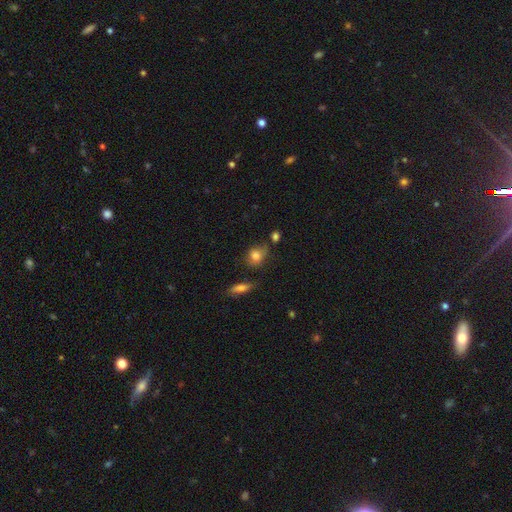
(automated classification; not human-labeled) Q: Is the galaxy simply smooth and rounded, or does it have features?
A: smooth — 81%.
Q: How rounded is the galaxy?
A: round — 55%.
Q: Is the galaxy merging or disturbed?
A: none — 59%.